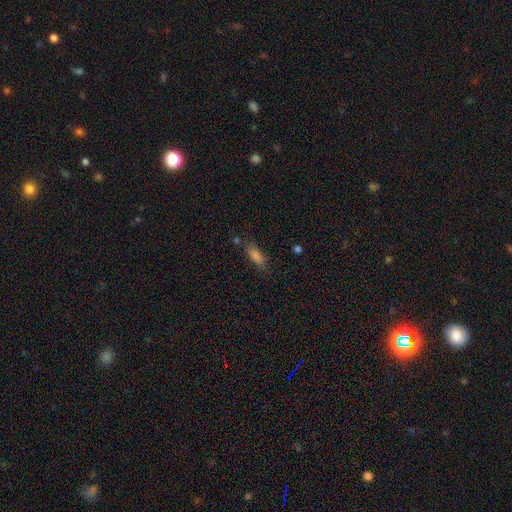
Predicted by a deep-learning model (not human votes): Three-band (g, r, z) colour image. It shows a smooth galaxy with no disk features (76%) that is in between round and cigar-shaped (61%). Merging: none (70%).